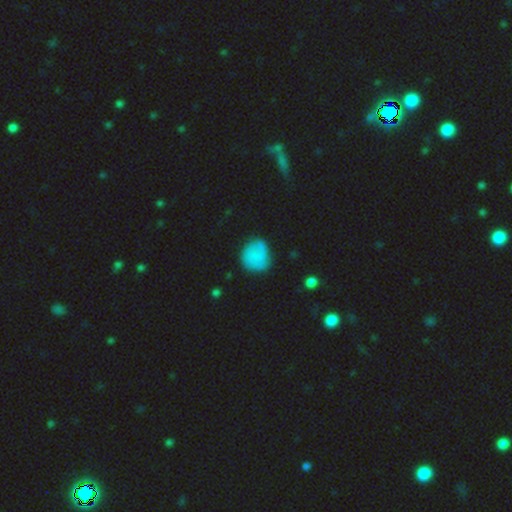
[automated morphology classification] smooth-or-featured: smooth: 68% | featured or disk: 21% | star or artifact: 11%
  how-rounded: round: 77% | in between: 22% | cigar-shaped: 1%
  merging: none: 63% | minor disturbance: 25% | major disturbance: 9% | merger: 3%